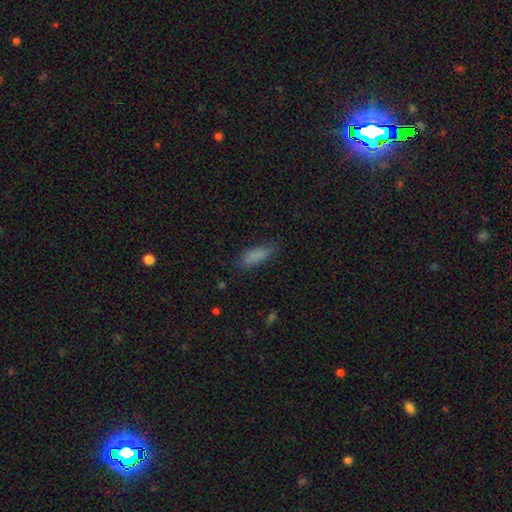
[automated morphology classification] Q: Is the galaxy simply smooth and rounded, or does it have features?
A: smooth — 82%.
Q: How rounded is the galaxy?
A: in between — 62%.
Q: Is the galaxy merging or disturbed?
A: none — 70%.